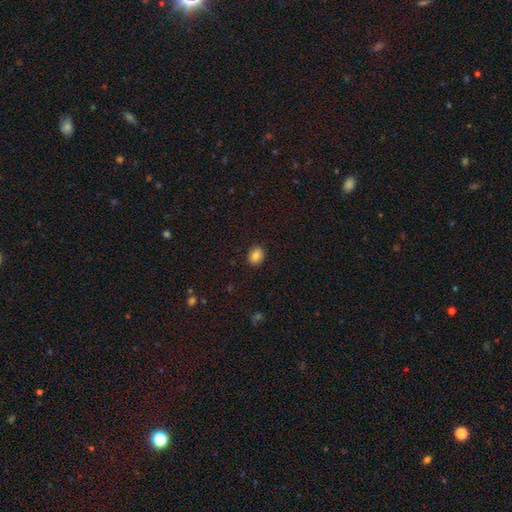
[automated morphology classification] The model was most divided on "how rounded": in between: 57%, round: 42%, cigar-shaped: 1%. More confident: merging — none (89%); smooth or featured — smooth (82%).